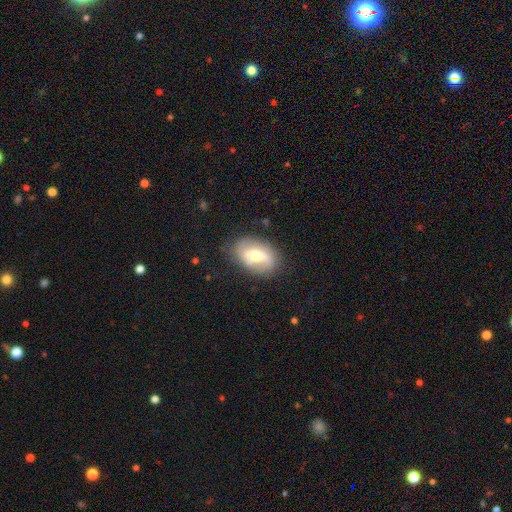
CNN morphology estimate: type=featured or disk (61%); edge-on=no (92%); bar=weak (40%); spiral arms=yes (62%); bulge=moderate (66%); merging=none (75%).